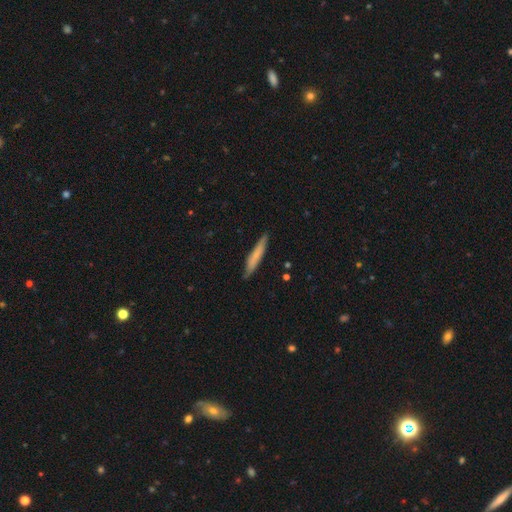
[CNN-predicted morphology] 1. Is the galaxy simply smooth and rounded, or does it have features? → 65% smooth, 30% featured or disk, 6% star or artifact.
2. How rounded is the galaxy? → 94% cigar-shaped, 5% in between, 1% round.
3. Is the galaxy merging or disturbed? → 87% none, 10% minor disturbance, 2% major disturbance, 1% merger.